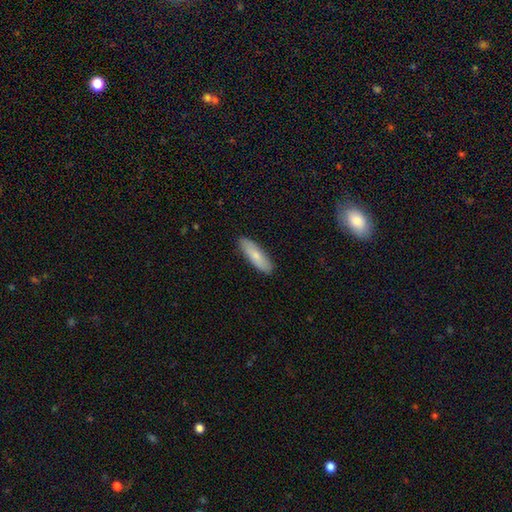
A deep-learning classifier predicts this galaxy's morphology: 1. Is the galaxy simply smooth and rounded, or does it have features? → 77% smooth, 17% featured or disk, 6% star or artifact.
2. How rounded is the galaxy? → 55% cigar-shaped, 44% in between, 2% round.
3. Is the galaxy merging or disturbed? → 88% none, 9% minor disturbance, 2% major disturbance, 1% merger.